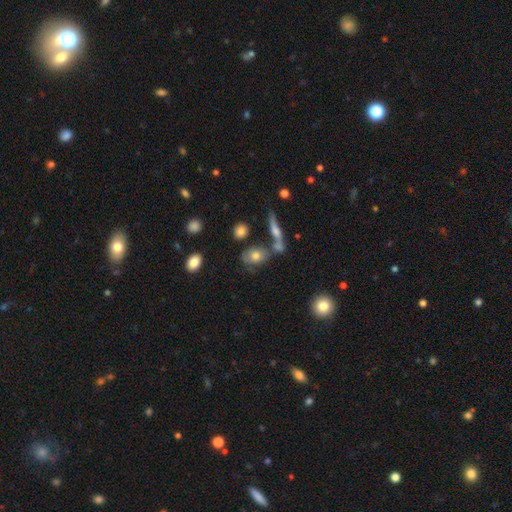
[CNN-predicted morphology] Smooth or featured?
  - smooth: 67% *
  - featured or disk: 23%
  - star or artifact: 10%
How rounded?
  - in between: 75% *
  - round: 20%
  - cigar-shaped: 5%
Merging?
  - none: 50% *
  - merger: 24%
  - minor disturbance: 18%
  - major disturbance: 8%